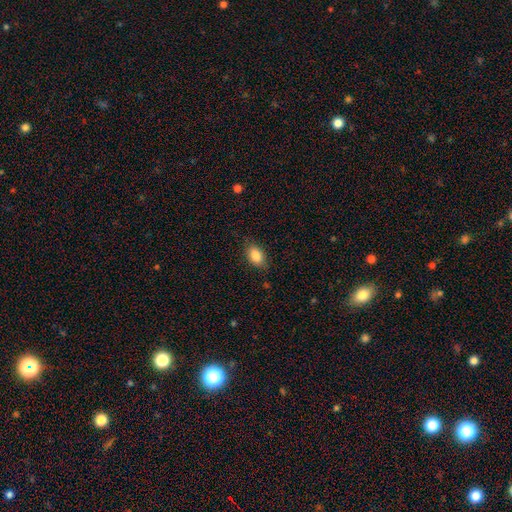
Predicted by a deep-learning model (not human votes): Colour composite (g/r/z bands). It shows a smooth galaxy with no disk features (86%) that is in between round and cigar-shaped (88%). Merging: none (81%).